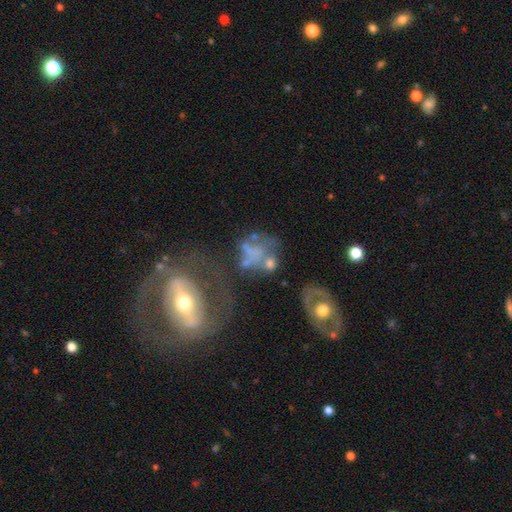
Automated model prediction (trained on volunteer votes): This appears to be a featured or disk galaxy (56%) with no bar (66%), no spiral arms (68%) and a moderate central bulge (34%). Merging: none (39%).